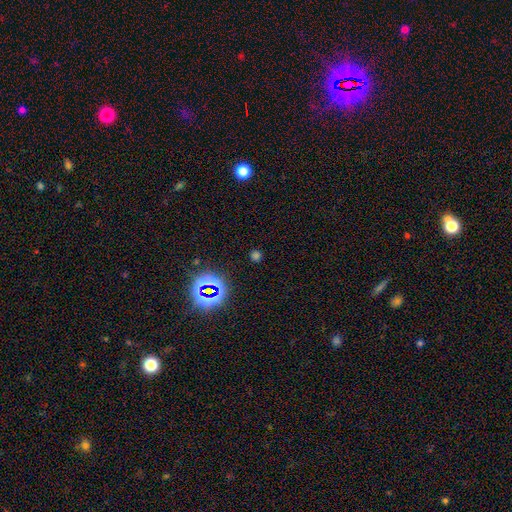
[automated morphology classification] Q: Smooth or featured?
A: star or artifact (47%); tied with: smooth (47%)